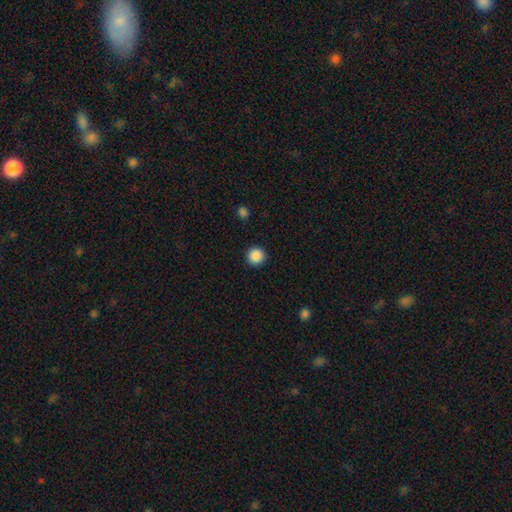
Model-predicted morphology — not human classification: smooth 88%, star or artifact 9%, featured or disk 3%. Down the decision tree: how rounded — round (96%); merging — none (93%).